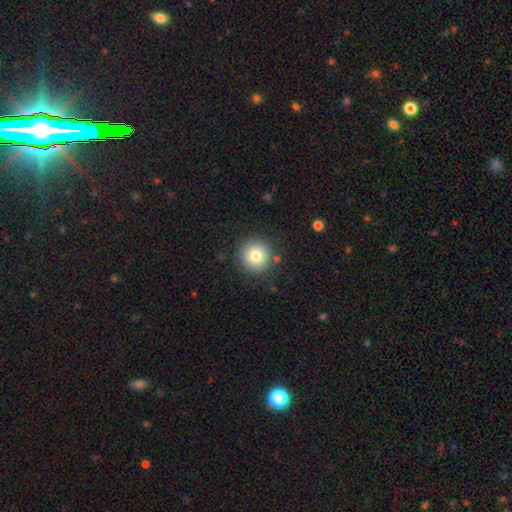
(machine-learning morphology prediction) A smooth galaxy with no disk features (79%) that is round (95%). Merging: none (87%).